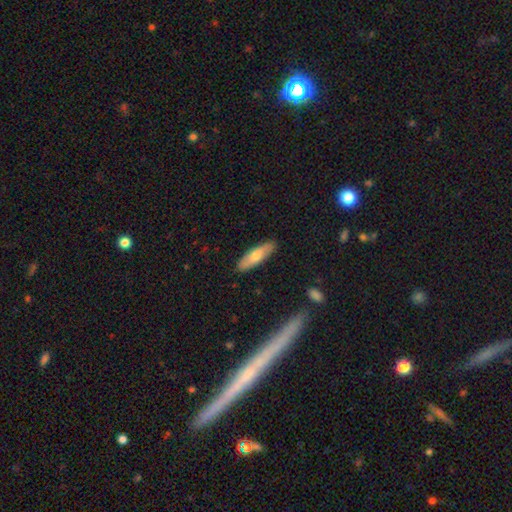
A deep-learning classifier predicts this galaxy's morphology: A smooth galaxy with no disk features (69%) that is cigar-shaped (53%). Merging: none (88%).